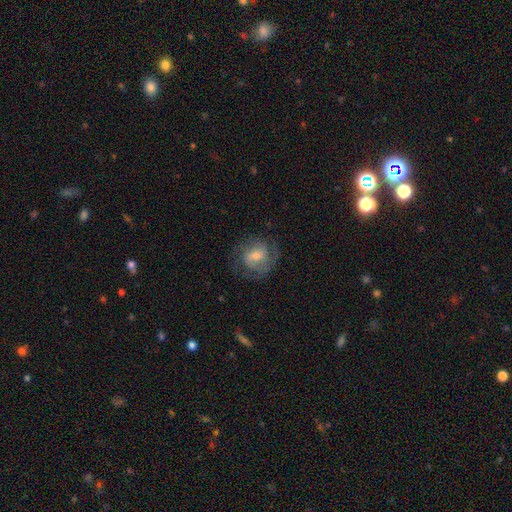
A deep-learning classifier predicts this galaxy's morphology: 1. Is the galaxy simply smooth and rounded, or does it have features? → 65% featured or disk, 28% smooth, 7% star or artifact.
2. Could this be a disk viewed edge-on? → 97% no, 3% yes.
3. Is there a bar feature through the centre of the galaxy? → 49% weak, 38% no, 13% strong.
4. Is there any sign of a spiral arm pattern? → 87% yes, 13% no.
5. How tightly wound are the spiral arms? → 44% medium, 38% tight, 18% loose.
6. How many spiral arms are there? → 58% 2, 21% can't tell, 9% 3, 8% 1, 2% 4, 2% more than 4.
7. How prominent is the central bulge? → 50% moderate, 42% small, 4% large, 3% none, 1% dominant.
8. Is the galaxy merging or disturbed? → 69% none, 18% minor disturbance, 12% major disturbance, 1% merger.